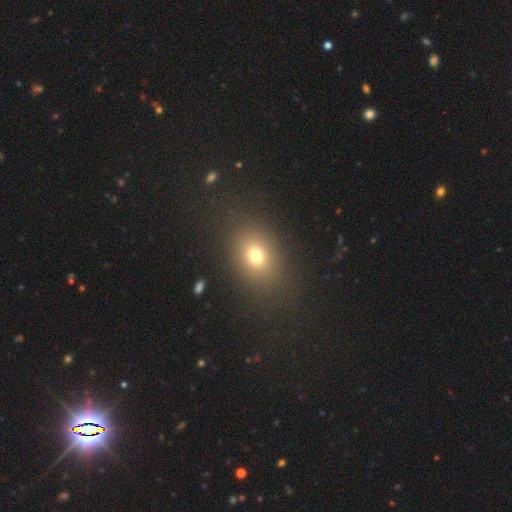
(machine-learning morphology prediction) This is likely a smooth galaxy (73%). How rounded: likely in between (61%). Merging: clearly none (82%).